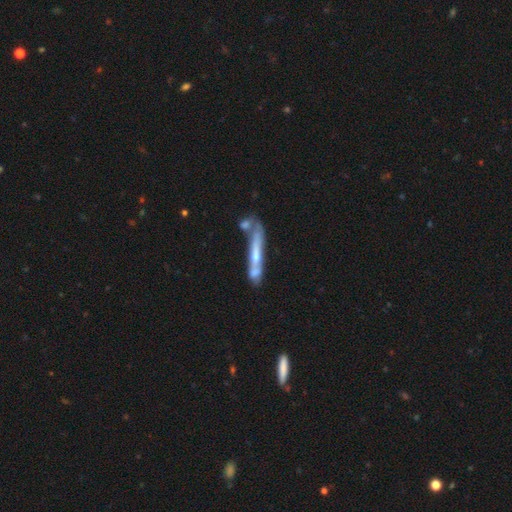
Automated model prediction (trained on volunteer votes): This appears to be a featured or disk galaxy (59%) viewed edge-on (73%). Merging: none (44%).